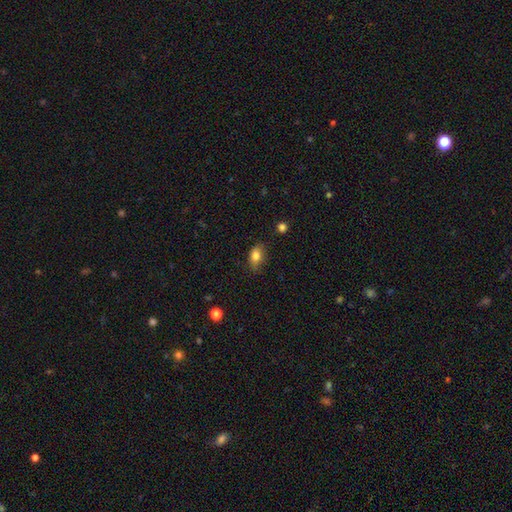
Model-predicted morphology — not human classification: The model was most divided on "merging": none: 70%, minor disturbance: 23%, major disturbance: 5%, merger: 2%. More confident: how rounded — in between (83%); smooth or featured — smooth (82%).